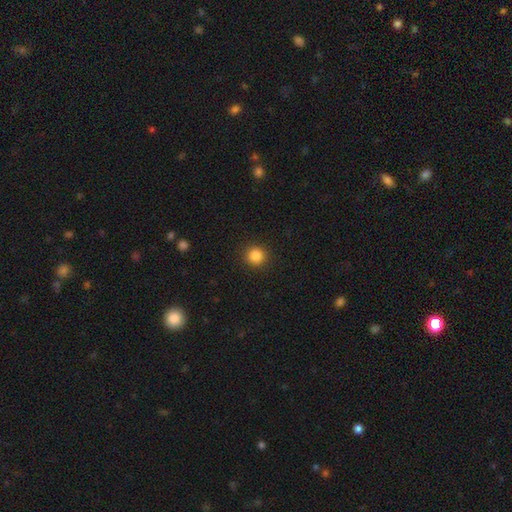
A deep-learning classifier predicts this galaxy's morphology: Q: Smooth or featured?
A: smooth (85%); runner-up: star or artifact (11%)
Q: How rounded?
A: round (93%); runner-up: in between (6%)
Q: Merging?
A: none (92%); runner-up: minor disturbance (5%)